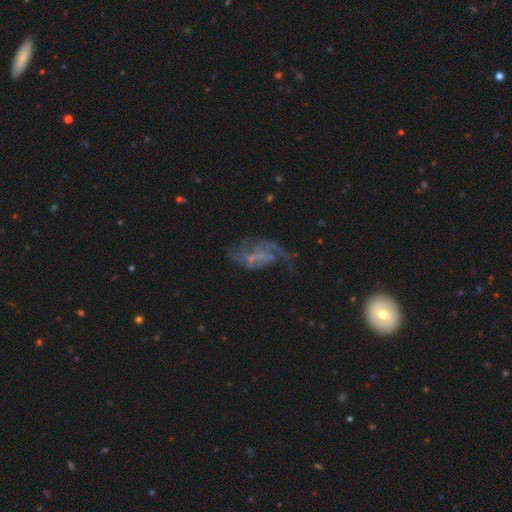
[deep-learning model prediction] A featured or disk galaxy (67%) with no bar (55%), spiral arms (74%) and no central bulge (50%).

Vote fractions:
- Smooth or featured? featured or disk: 67% / smooth: 17% / star or artifact: 16%
- Edge-on disk? no: 96% / yes: 4%
- Bar? no: 55% / weak: 33% / strong: 11%
- Spiral arms? yes: 74% / no: 26%
- Bulge size? none: 50% / small: 37% / moderate: 10% / large: 2% / dominant: 1%
- Merging? none: 39% / major disturbance: 38% / minor disturbance: 19% / merger: 4%